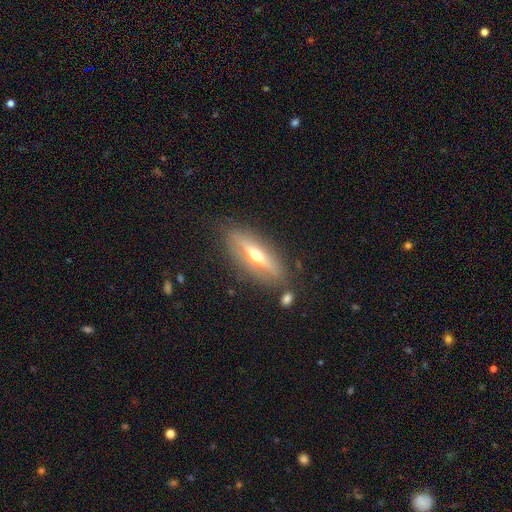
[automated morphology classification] Q: Smooth or featured?
A: featured or disk (65%); runner-up: smooth (28%)
Q: Edge-on disk?
A: yes (84%); runner-up: no (16%)
Q: Edge-on bulge?
A: rounded (93%); runner-up: none (4%)
Q: Merging?
A: none (81%); runner-up: minor disturbance (12%)